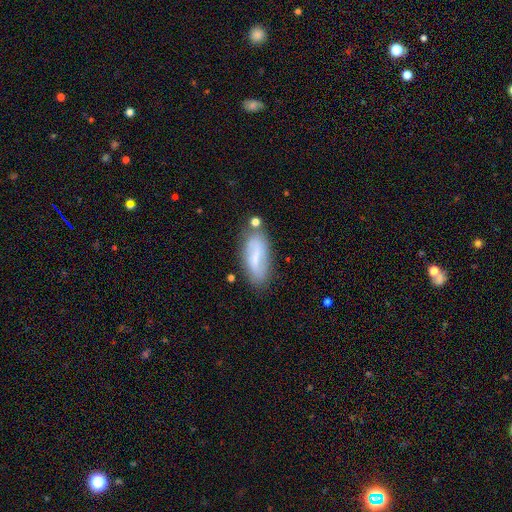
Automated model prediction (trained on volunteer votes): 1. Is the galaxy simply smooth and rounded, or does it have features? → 50% smooth, 42% featured or disk, 8% star or artifact.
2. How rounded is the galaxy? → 75% in between, 22% cigar-shaped, 3% round.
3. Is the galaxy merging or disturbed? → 72% none, 17% minor disturbance, 6% merger, 5% major disturbance.